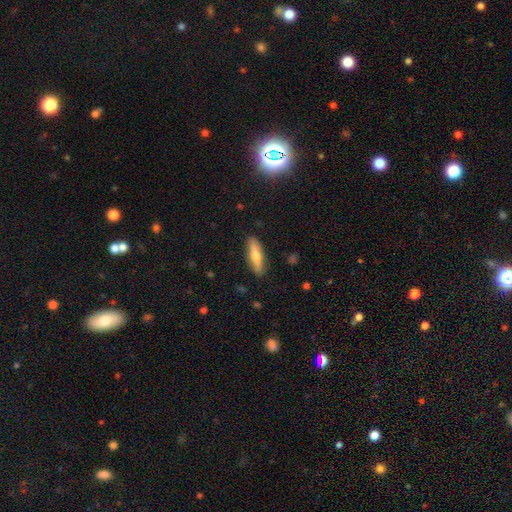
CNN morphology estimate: type=smooth (61%); roundness=cigar-shaped (63%); merging=none (87%).